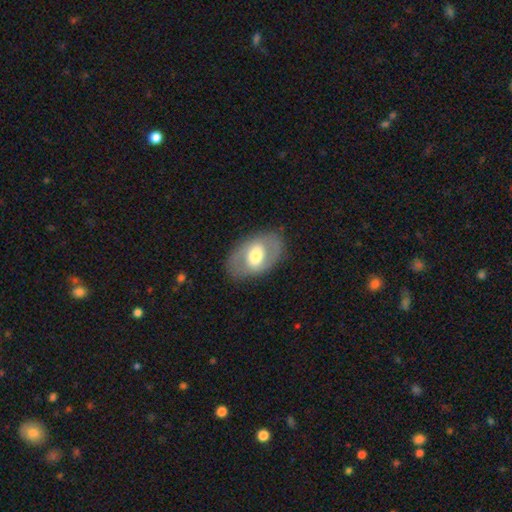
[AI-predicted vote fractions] smooth_or_featured: featured or disk (p=0.53) [alt: smooth p=0.41]
disk_edge_on: no (p=0.92) [alt: yes p=0.08]
merging: none (p=0.81) [alt: minor disturbance p=0.12]